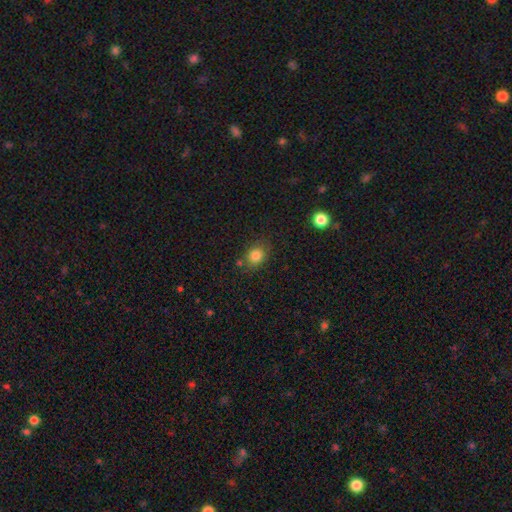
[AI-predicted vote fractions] A smooth galaxy with no disk features (82%) that is round (52%).

Vote fractions:
- Smooth or featured? smooth: 82% / star or artifact: 11% / featured or disk: 7%
- How rounded? round: 52% / in between: 47% / cigar-shaped: 1%
- Merging? none: 73% / minor disturbance: 16% / merger: 6% / major disturbance: 5%